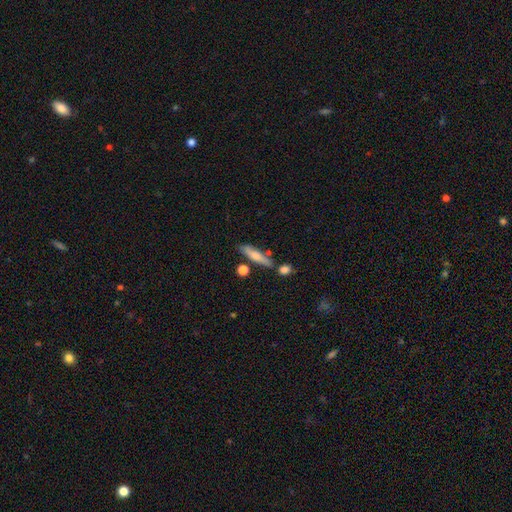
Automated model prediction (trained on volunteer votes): This is likely a smooth galaxy (65%). How rounded: clearly cigar-shaped (82%). Merging: likely none (74%).